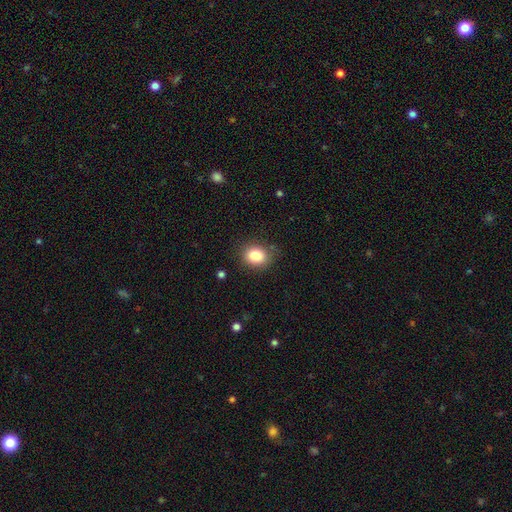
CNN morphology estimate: smooth_or_featured: smooth (p=0.84) [alt: star or artifact p=0.10]
how_rounded: round (p=0.58) [alt: in between p=0.41]
merging: none (p=0.83) [alt: minor disturbance p=0.12]